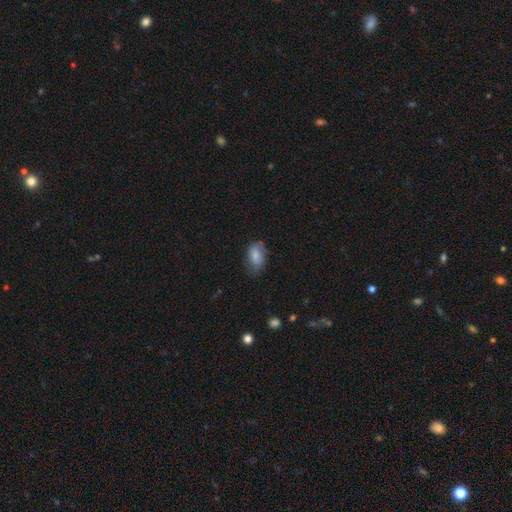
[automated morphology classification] Q: Smooth or featured?
A: smooth (77%); runner-up: featured or disk (15%)
Q: How rounded?
A: in between (91%); runner-up: round (7%)
Q: Merging?
A: none (58%); runner-up: minor disturbance (31%)